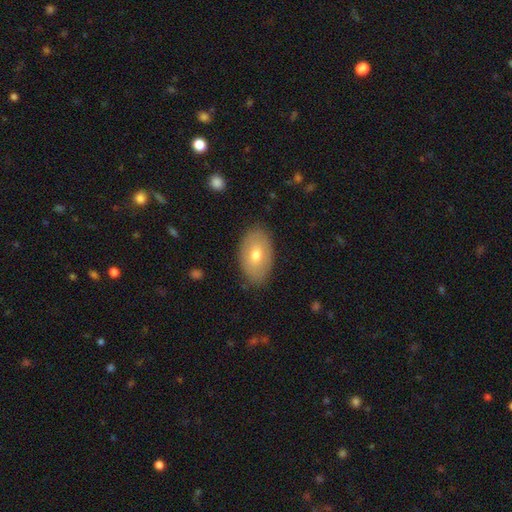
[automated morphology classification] Smooth or featured?
  - smooth: 67% *
  - featured or disk: 26%
  - star or artifact: 7%
How rounded?
  - in between: 92% *
  - round: 7%
  - cigar-shaped: 1%
Merging?
  - none: 83% *
  - minor disturbance: 13%
  - major disturbance: 3%
  - merger: 1%